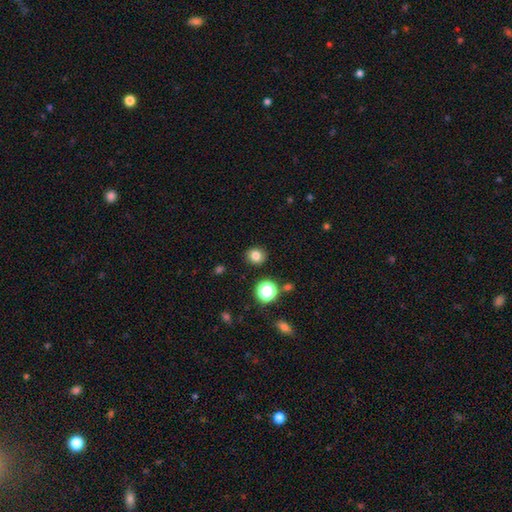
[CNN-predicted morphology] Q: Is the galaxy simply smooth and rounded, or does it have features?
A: smooth — 80%.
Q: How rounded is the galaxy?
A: round — 83%.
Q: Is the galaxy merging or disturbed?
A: none — 89%.